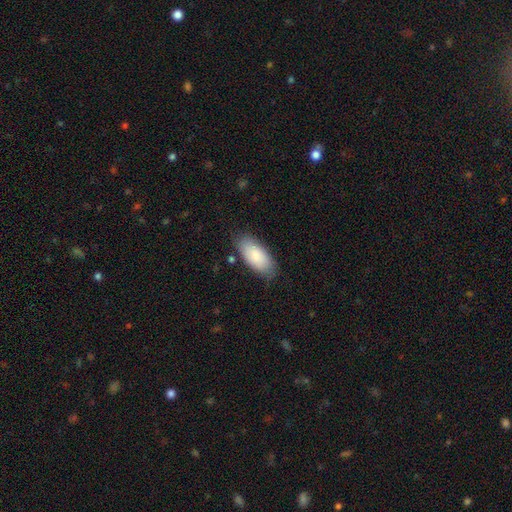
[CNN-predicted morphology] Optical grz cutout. It shows a smooth galaxy with no disk features (85%) that is in between round and cigar-shaped (90%). Merging: none (79%).